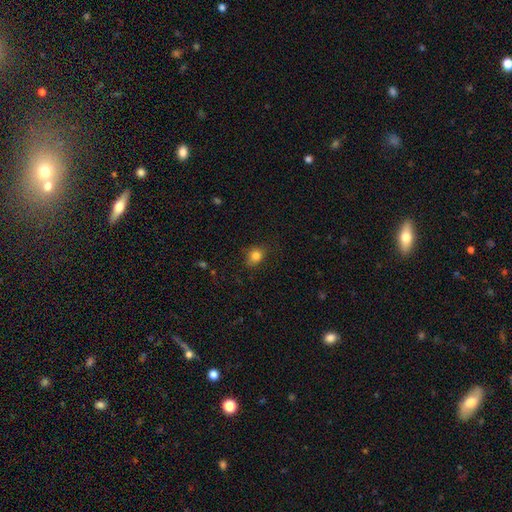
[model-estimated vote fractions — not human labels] The model was most divided on "how rounded": round: 61%, in between: 38%, cigar-shaped: 1%. More confident: smooth or featured — smooth (83%); merging — none (79%).